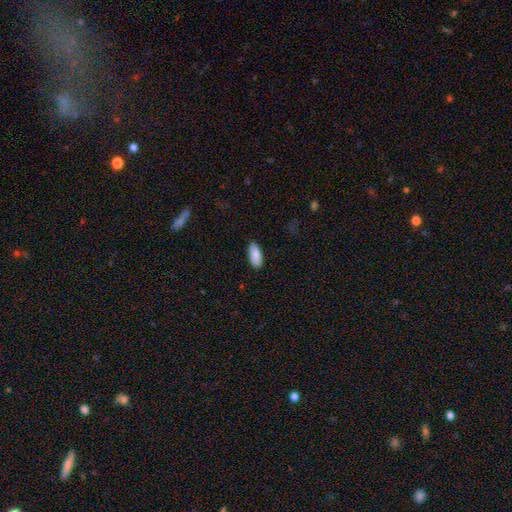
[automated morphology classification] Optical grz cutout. It shows a smooth galaxy with no disk features (86%) that is in between round and cigar-shaped (88%). Merging: none (86%).